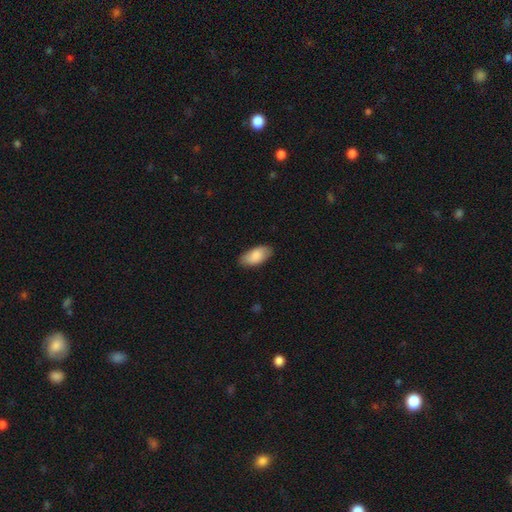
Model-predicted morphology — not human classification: type=smooth (87%); roundness=in between (93%); merging=none (85%).